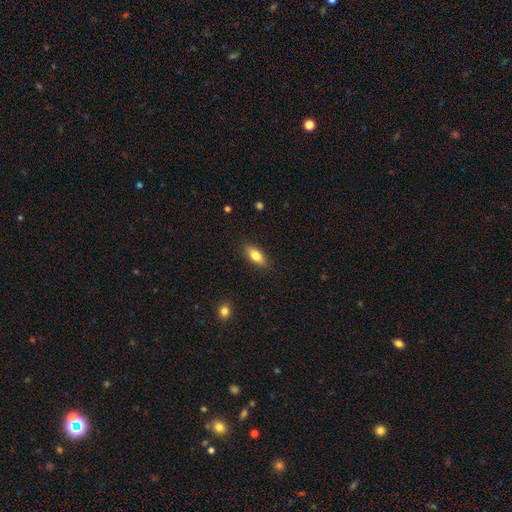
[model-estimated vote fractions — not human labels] Morphology: type=smooth (78%); roundness=in between (81%); merging=none (87%).